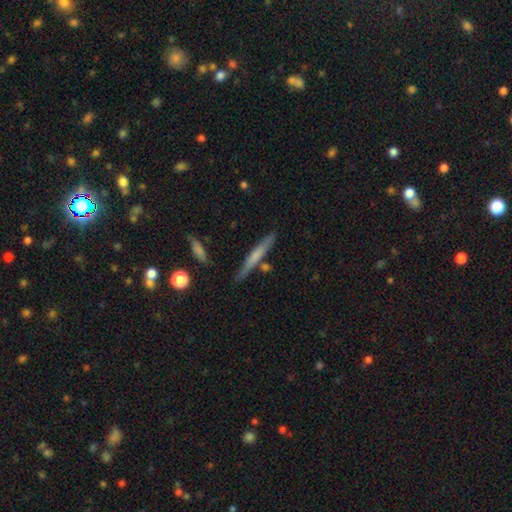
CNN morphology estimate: Smooth or featured? smooth (52%)
How rounded? cigar-shaped (94%)
Merging? none (80%)